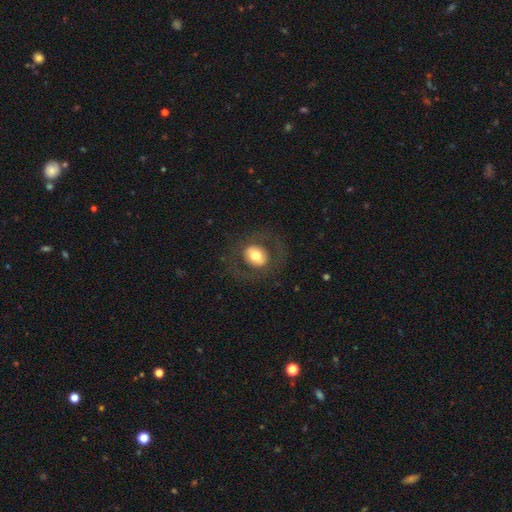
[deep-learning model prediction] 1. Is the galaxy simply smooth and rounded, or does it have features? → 58% smooth, 34% featured or disk, 8% star or artifact.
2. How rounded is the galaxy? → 57% round, 42% in between, 1% cigar-shaped.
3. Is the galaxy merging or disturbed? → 76% none, 11% minor disturbance, 11% major disturbance, 1% merger.